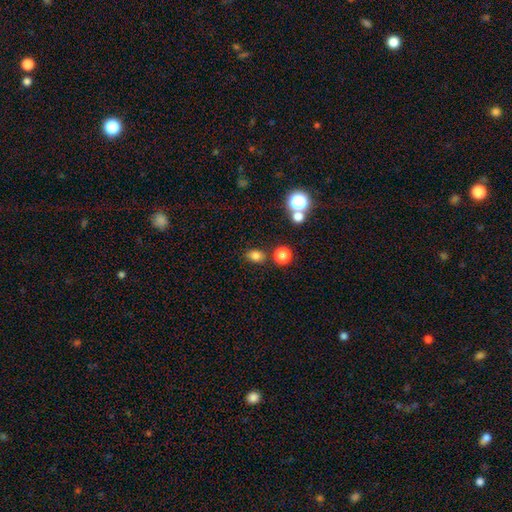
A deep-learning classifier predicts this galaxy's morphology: Smooth or featured: smooth — 78% (star or artifact — 16%)
How rounded: in between — 60% (round — 39%)
Merging: none — 77% (minor disturbance — 13%)